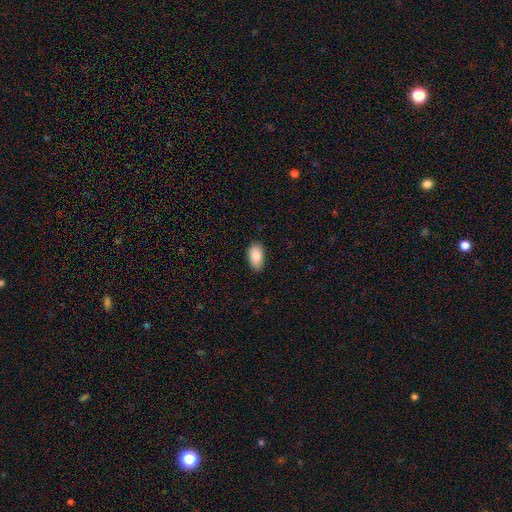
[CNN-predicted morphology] Smooth or featured: smooth — 88% (star or artifact — 7%)
How rounded: in between — 94% (round — 4%)
Merging: none — 80% (minor disturbance — 17%)